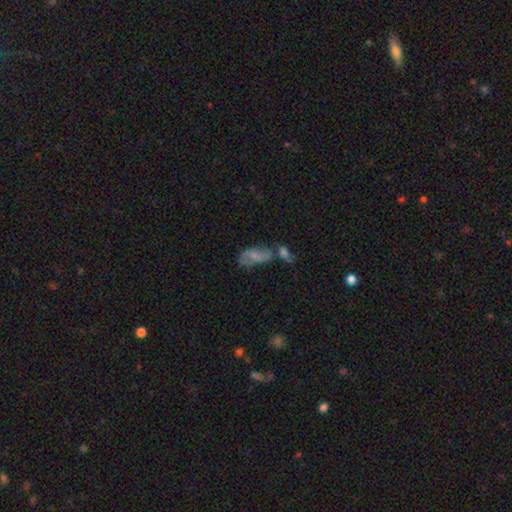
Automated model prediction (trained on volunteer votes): Smooth or featured? smooth (51%)
How rounded? in between (85%)
Merging? merger (35%, tied with none)